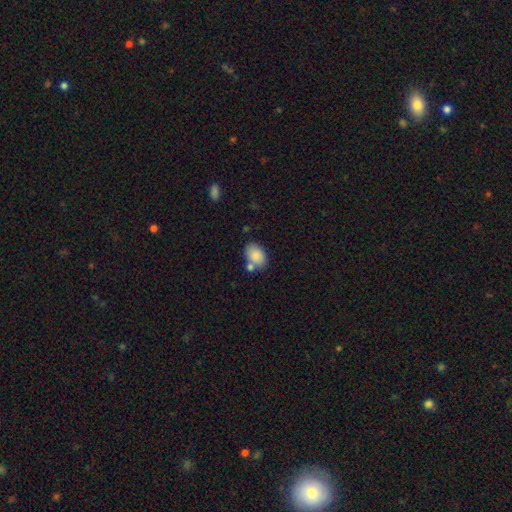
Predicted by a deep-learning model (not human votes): smooth 86%, star or artifact 7%, featured or disk 7%. Down the decision tree: how rounded — in between (84%); merging — none (64%).